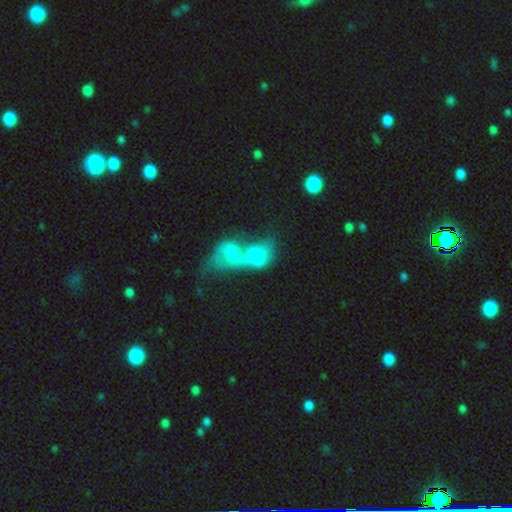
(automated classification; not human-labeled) Overall: smooth (52%; featured or disk 38%). How rounded: in between (81%). Merging: merger (83%).